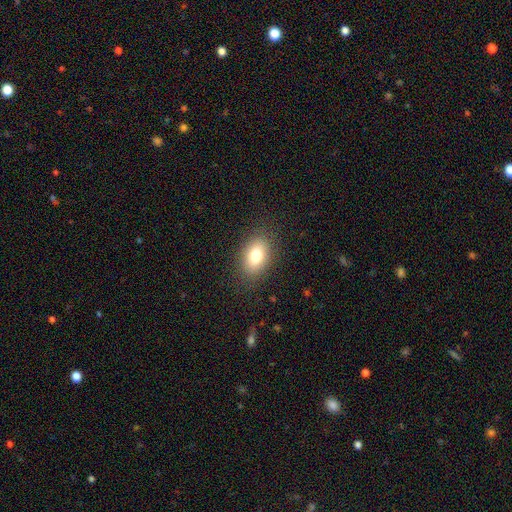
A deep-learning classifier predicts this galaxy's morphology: smooth-or-featured: smooth: 79% | featured or disk: 11% | star or artifact: 10%
  how-rounded: in between: 85% | round: 14% | cigar-shaped: 2%
  merging: none: 85% | minor disturbance: 10% | major disturbance: 4% | merger: 1%